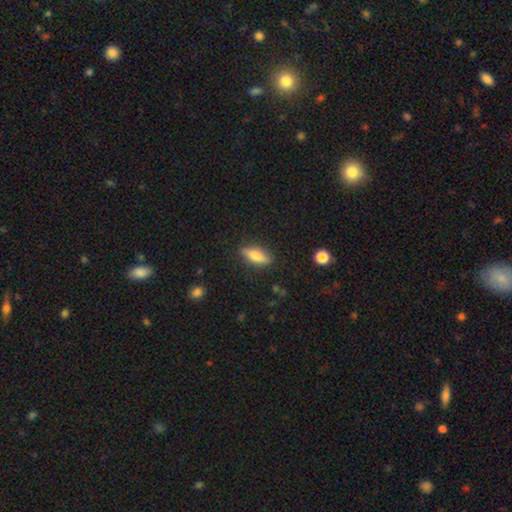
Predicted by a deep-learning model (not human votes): This is likely a smooth galaxy (64%). How rounded: possibly in between (54%). Merging: clearly none (85%).